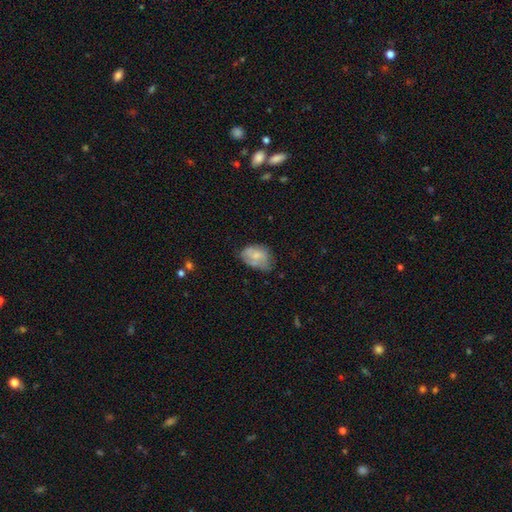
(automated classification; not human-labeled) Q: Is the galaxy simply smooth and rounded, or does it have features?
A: smooth — 62%.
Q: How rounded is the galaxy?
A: in between — 81%.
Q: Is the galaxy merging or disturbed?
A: none — 45%.